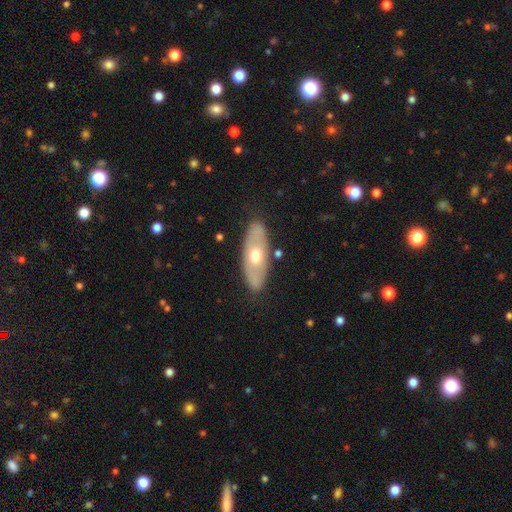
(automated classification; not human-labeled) featured or disk 48%, smooth 47%, star or artifact 5%. Down the decision tree: merging — none (83%).